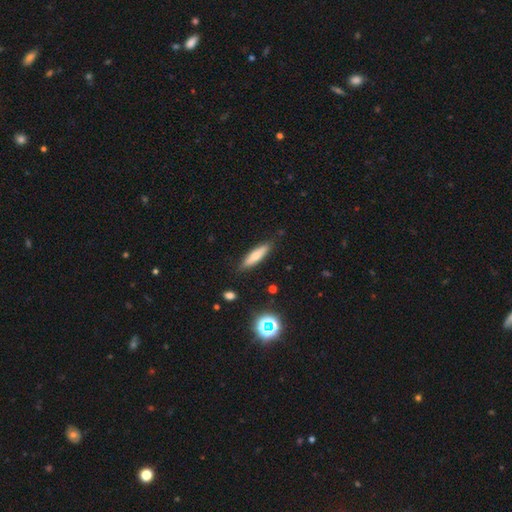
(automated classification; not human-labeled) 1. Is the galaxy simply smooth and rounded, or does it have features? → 72% smooth, 20% featured or disk, 8% star or artifact.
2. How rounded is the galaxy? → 73% cigar-shaped, 25% in between, 2% round.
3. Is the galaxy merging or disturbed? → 86% none, 10% minor disturbance, 2% major disturbance, 2% merger.